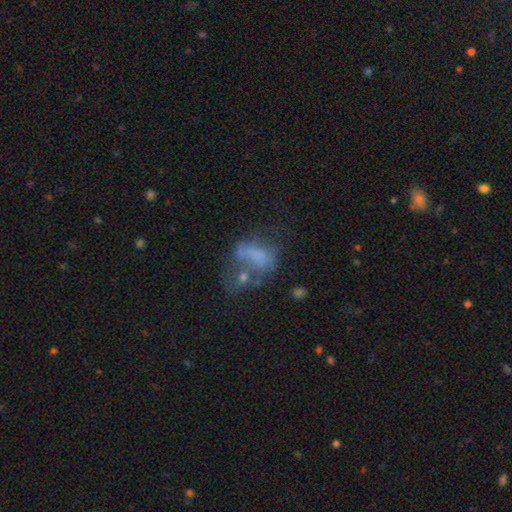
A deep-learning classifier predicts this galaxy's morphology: A featured or disk galaxy (43%). Merging: major disturbance (36%).